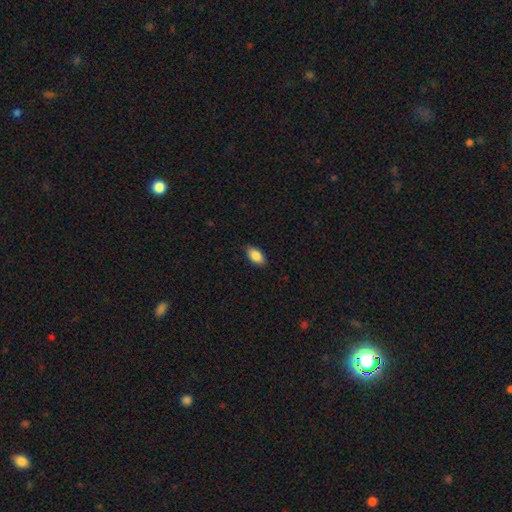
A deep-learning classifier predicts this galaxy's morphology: smooth-or-featured: smooth: 87% | star or artifact: 7% | featured or disk: 6%
  how-rounded: in between: 92% | cigar-shaped: 4% | round: 4%
  merging: none: 85% | minor disturbance: 12% | major disturbance: 2% | merger: 1%